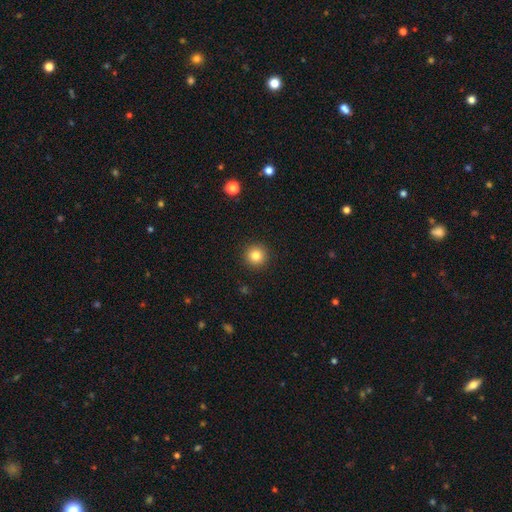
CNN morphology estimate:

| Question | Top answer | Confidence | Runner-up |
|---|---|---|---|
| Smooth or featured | smooth | 82% | star or artifact (11%) |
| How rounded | round | 96% | in between (4%) |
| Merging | none | 92% | minor disturbance (5%) |